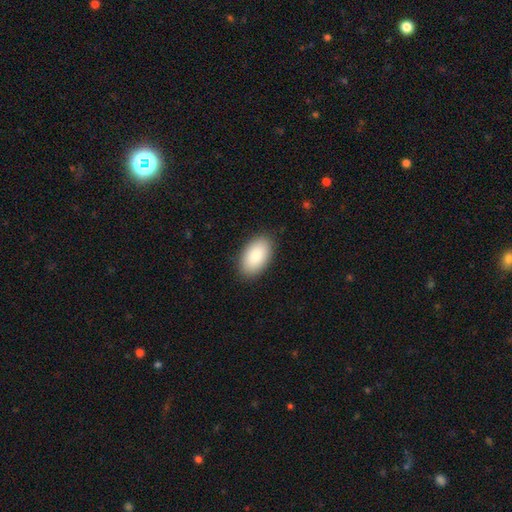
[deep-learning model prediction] A smooth galaxy with no disk features (87%) that is in between round and cigar-shaped (95%). Merging: none (88%).